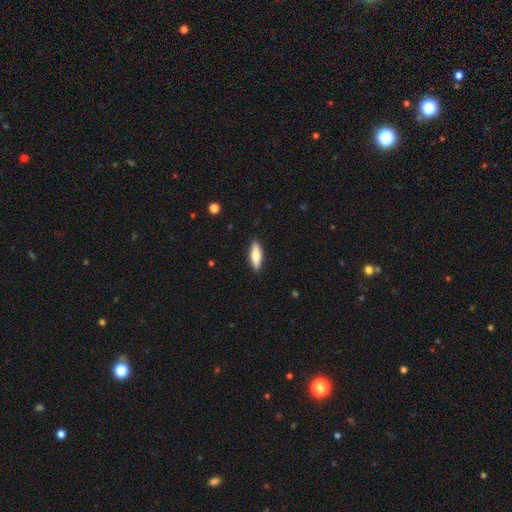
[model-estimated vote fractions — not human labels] This is likely a smooth galaxy (74%). How rounded: possibly cigar-shaped (50%). Merging: clearly none (89%).